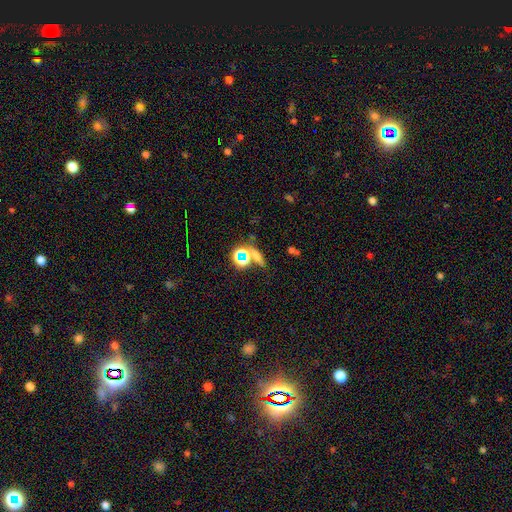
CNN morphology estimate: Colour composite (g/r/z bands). It shows a star or artifact, not a galaxy (42%).